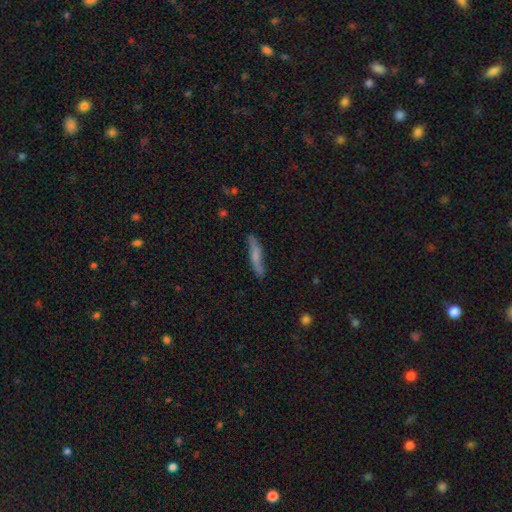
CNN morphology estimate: This appears to be a smooth galaxy with no disk features (54%) that is cigar-shaped (87%). Merging: none (77%).